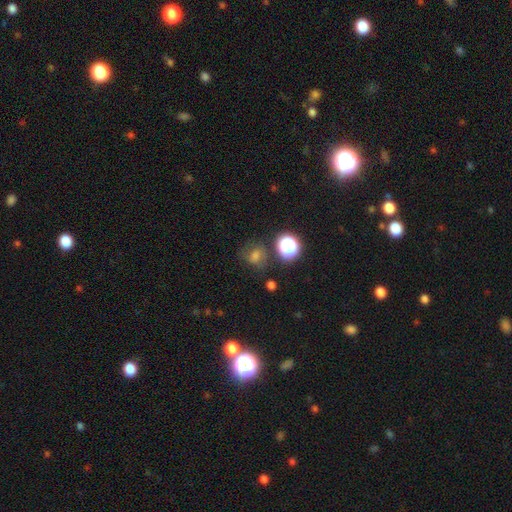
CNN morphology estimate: smooth-or-featured: smooth: 52% | star or artifact: 33% | featured or disk: 15%
  how-rounded: round: 68% | in between: 31% | cigar-shaped: 1%
  merging: none: 71% | minor disturbance: 16% | major disturbance: 8% | merger: 5%